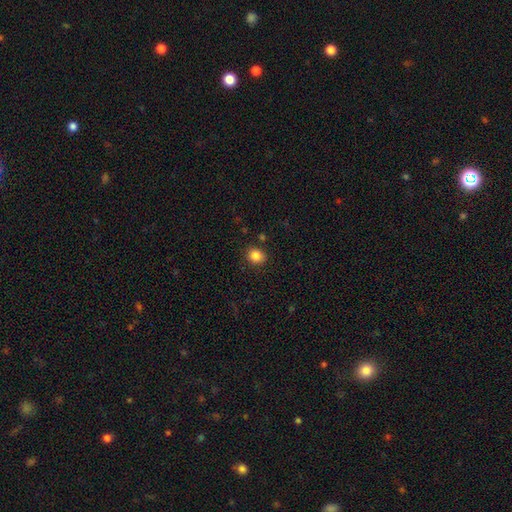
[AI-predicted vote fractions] Overall: smooth (85%). How rounded: round (66%; in between 33%). Merging: none (87%).